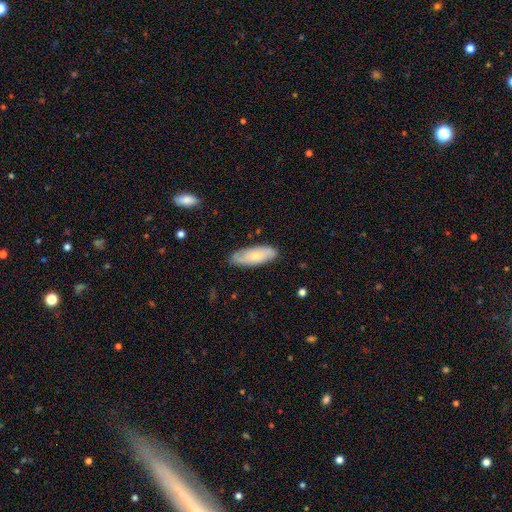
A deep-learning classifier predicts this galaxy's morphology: A smooth galaxy with no disk features (58%) that is in between round and cigar-shaped (72%). Merging: none (80%).